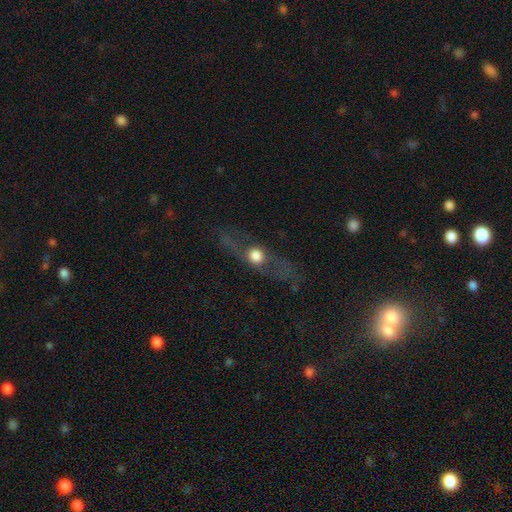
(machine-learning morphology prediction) This appears to be a featured or disk galaxy (55%) viewed edge-on (73%). Merging: none (75%).